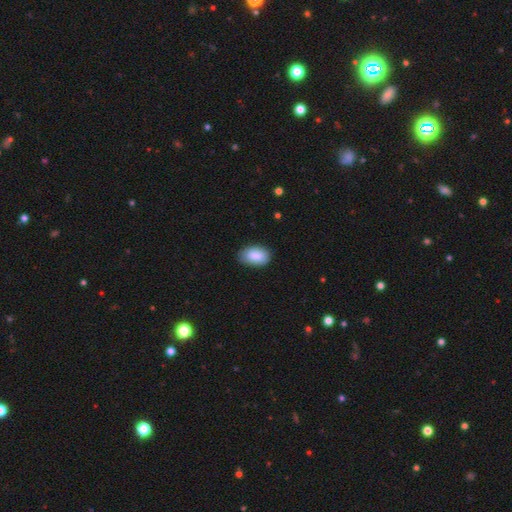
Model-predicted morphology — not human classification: This appears to be a smooth galaxy with no disk features (88%) that is in between round and cigar-shaped (92%). Merging: none (81%).